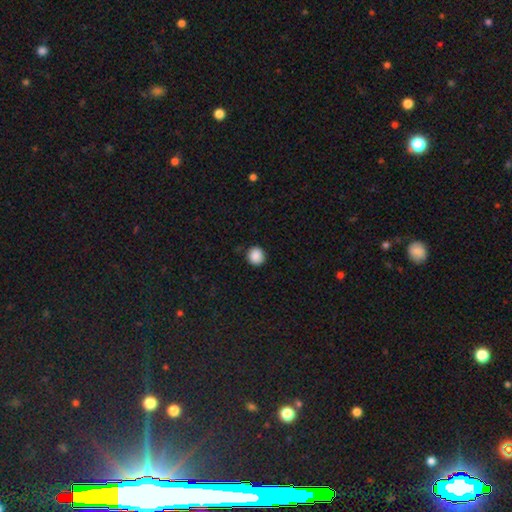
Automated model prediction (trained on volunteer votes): This is clearly a smooth galaxy (89%). How rounded: clearly round (92%). Merging: clearly none (90%).